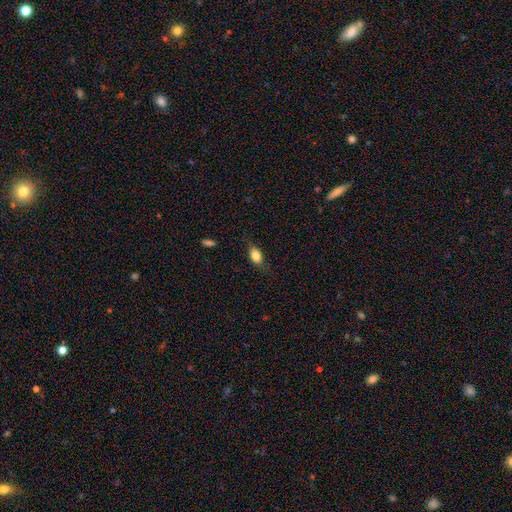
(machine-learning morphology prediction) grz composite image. It shows a smooth galaxy with no disk features (79%) that is in between round and cigar-shaped (82%). Merging: none (72%).